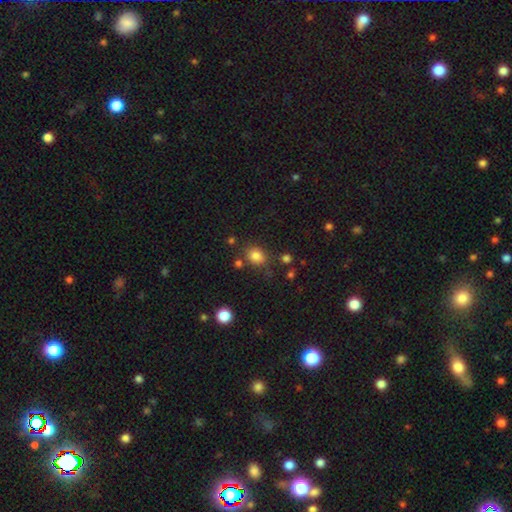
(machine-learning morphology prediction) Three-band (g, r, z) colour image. It shows a smooth galaxy with no disk features (81%) that is round (60%). Merging: none (75%).